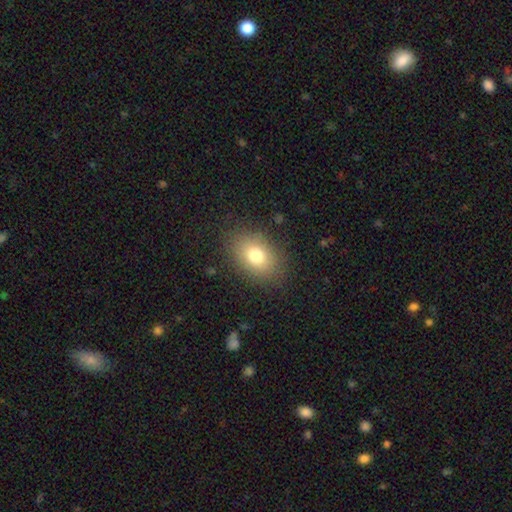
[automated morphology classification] type=smooth (77%); roundness=in between (74%); merging=none (83%).